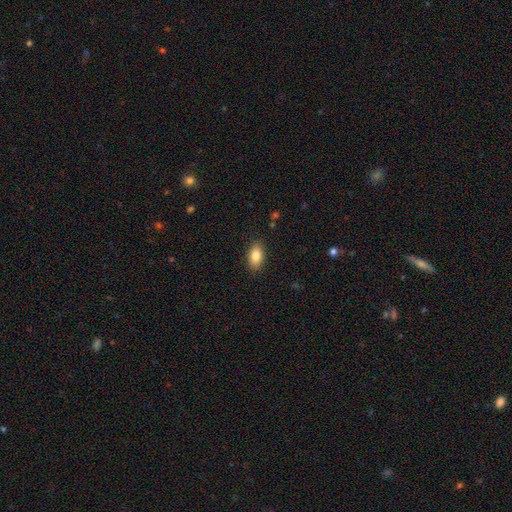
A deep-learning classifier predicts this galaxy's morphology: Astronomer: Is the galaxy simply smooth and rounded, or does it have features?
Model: smooth — 83%.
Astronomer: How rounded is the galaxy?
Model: in between — 90%.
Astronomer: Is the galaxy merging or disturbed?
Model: none — 87%.